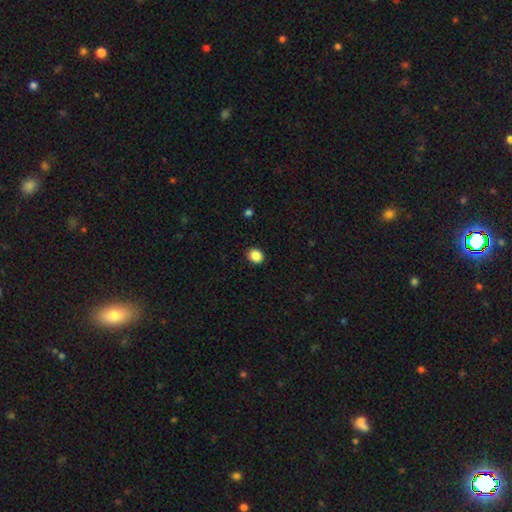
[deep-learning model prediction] A smooth galaxy with no disk features (88%) that is round (79%).

Vote fractions:
- Smooth or featured? smooth: 88% / star or artifact: 10% / featured or disk: 3%
- How rounded? round: 79% / in between: 20% / cigar-shaped: 1%
- Merging? none: 92% / minor disturbance: 6% / major disturbance: 2% / merger: 1%